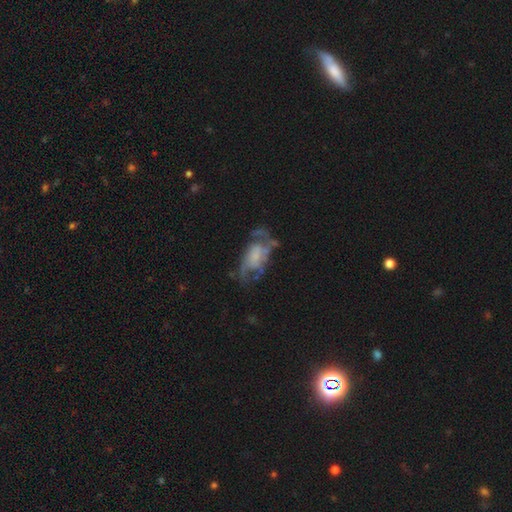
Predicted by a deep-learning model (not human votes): Q: Smooth or featured?
A: featured or disk (70%); runner-up: smooth (21%)
Q: Edge-on disk?
A: no (94%); runner-up: yes (6%)
Q: Bar?
A: no (66%); runner-up: weak (27%)
Q: Spiral arms?
A: yes (72%); runner-up: no (28%)
Q: Bulge size?
A: none (41%); runner-up: small (23%)
Q: Merging?
A: none (45%); runner-up: major disturbance (29%)